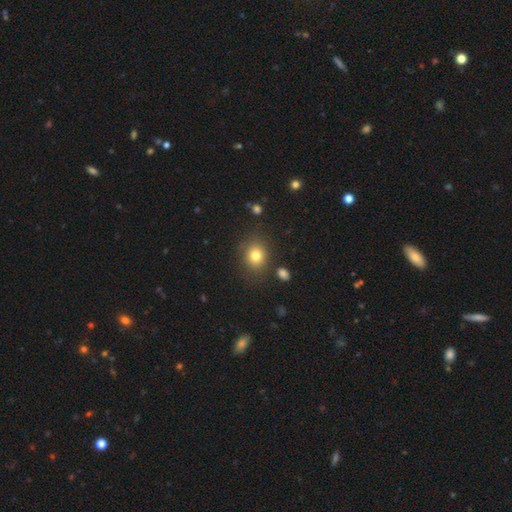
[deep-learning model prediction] smooth-or-featured: smooth: 79% | star or artifact: 12% | featured or disk: 9%
  how-rounded: round: 66% | in between: 33% | cigar-shaped: 1%
  merging: none: 79% | minor disturbance: 12% | major disturbance: 5% | merger: 4%